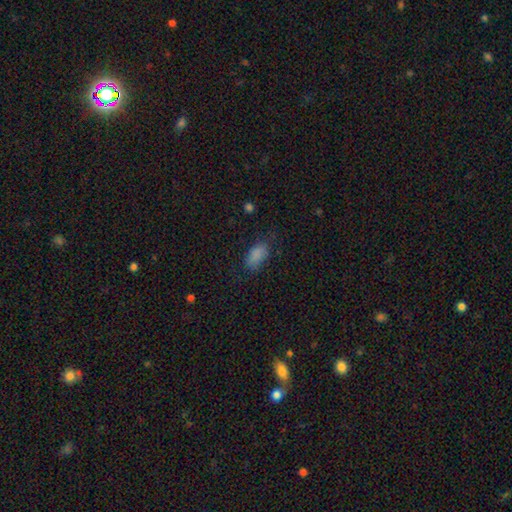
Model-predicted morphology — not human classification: Smooth or featured?
  - smooth: 84% *
  - star or artifact: 11%
  - featured or disk: 6%
How rounded?
  - in between: 90% *
  - cigar-shaped: 5%
  - round: 5%
Merging?
  - none: 70% *
  - minor disturbance: 21%
  - major disturbance: 7%
  - merger: 1%